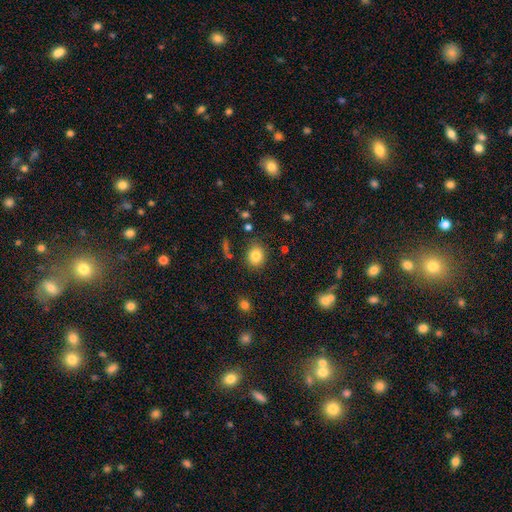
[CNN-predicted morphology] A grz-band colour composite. It shows a smooth galaxy with no disk features (82%) that is round (64%). Merging: none (82%).